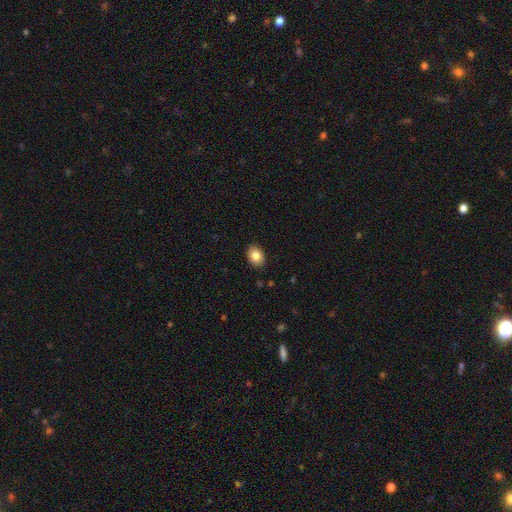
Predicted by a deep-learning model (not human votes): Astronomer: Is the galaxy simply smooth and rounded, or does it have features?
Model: smooth — 84%.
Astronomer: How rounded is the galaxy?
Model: in between — 71%.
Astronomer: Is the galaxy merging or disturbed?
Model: none — 89%.